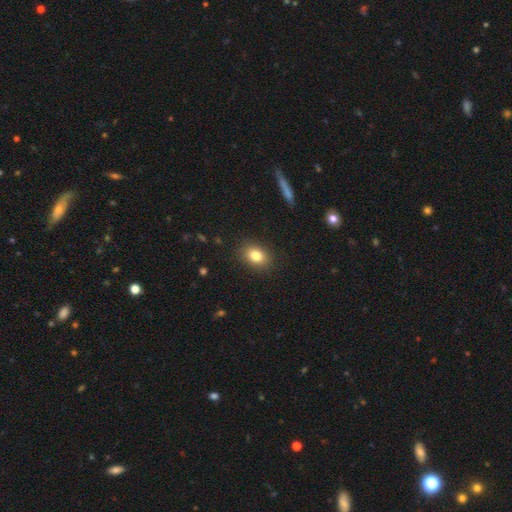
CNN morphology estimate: Smooth or featured? Predicted: smooth (p=0.82). How rounded? Predicted: in between (p=0.67). Merging? Predicted: none (p=0.88).